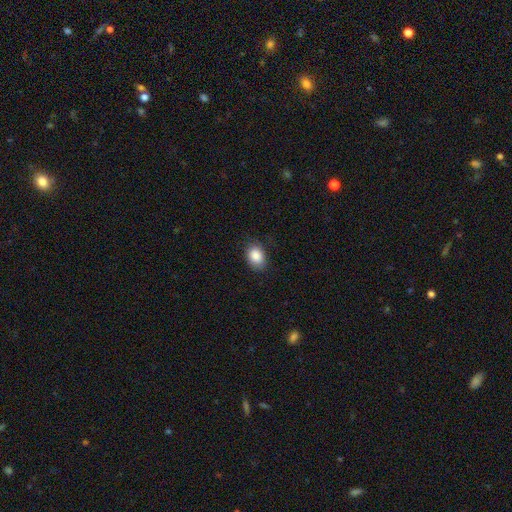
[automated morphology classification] This appears to be a smooth galaxy with no disk features (87%) that is in between round and cigar-shaped (72%). Merging: none (79%).